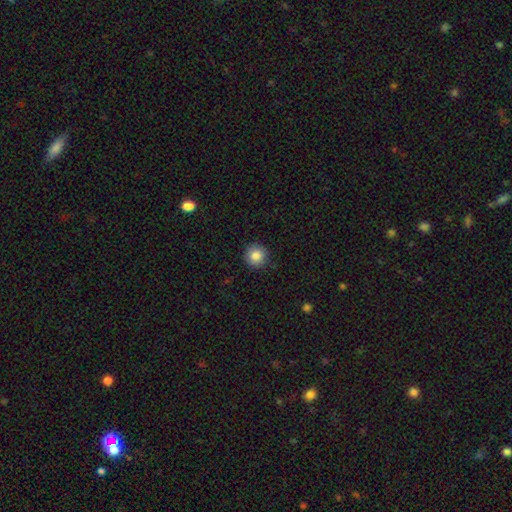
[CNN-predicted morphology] Smooth or featured: smooth — 85% (star or artifact — 9%)
How rounded: round — 94% (in between — 5%)
Merging: none — 90% (minor disturbance — 7%)